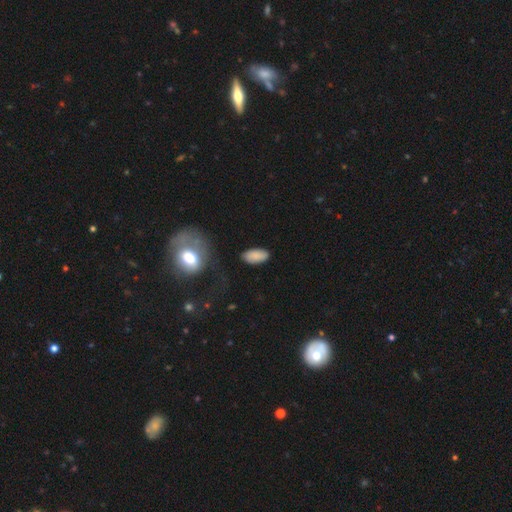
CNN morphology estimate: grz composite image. It shows a smooth galaxy with no disk features (86%) that is in between round and cigar-shaped (92%). Merging: none (83%).